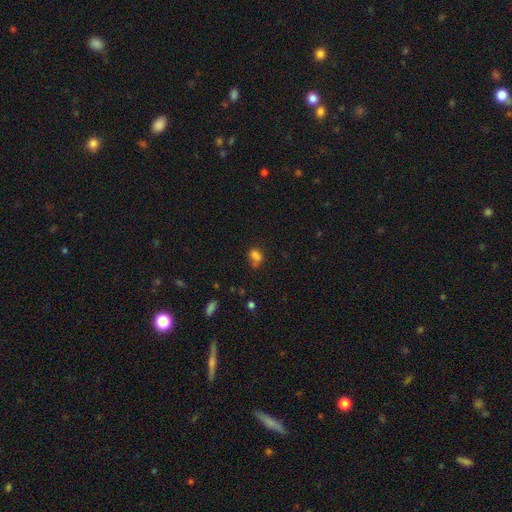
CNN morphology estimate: smooth_or_featured: smooth (p=0.75) [alt: star or artifact p=0.15]
how_rounded: in between (p=0.71) [alt: round p=0.27]
merging: none (p=0.38) [alt: merger p=0.29]